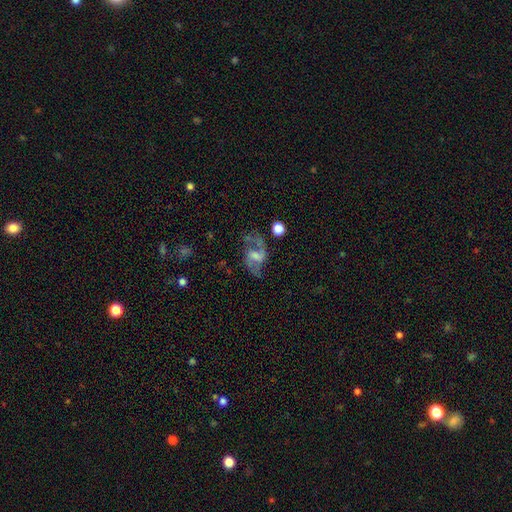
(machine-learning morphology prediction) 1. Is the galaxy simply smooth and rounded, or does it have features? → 74% featured or disk, 16% smooth, 9% star or artifact.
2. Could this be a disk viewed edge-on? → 96% no, 4% yes.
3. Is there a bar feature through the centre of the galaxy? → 51% weak, 26% no, 23% strong.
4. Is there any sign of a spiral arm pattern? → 87% yes, 13% no.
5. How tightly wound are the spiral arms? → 56% loose, 36% medium, 8% tight.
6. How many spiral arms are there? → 88% 2, 5% can't tell, 3% 1, 1% 3, 1% 4, 1% more than 4.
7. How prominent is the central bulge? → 34% moderate, 33% small, 23% none, 9% large, 2% dominant.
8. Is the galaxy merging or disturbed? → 61% none, 19% minor disturbance, 16% major disturbance, 4% merger.